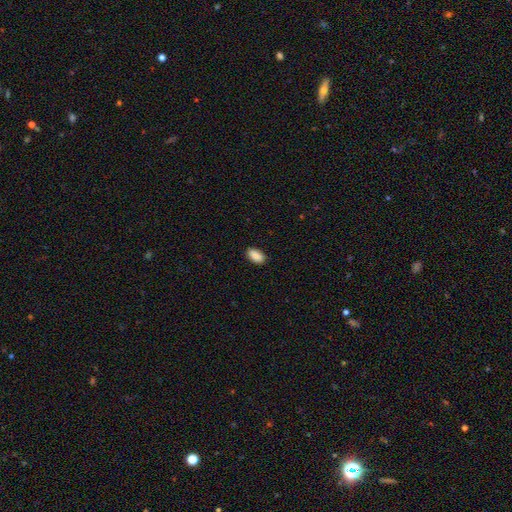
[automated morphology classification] Q: Smooth or featured?
A: smooth (90%); runner-up: star or artifact (7%)
Q: How rounded?
A: in between (92%); runner-up: round (5%)
Q: Merging?
A: none (87%); runner-up: minor disturbance (10%)